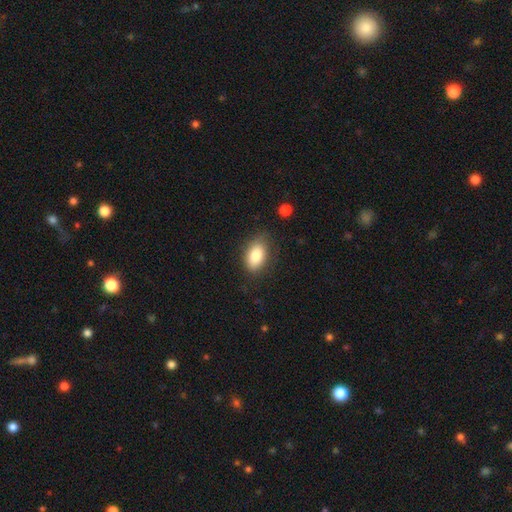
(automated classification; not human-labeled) smooth_or_featured: smooth (p=0.83) [alt: featured or disk p=0.10]
how_rounded: in between (p=0.91) [alt: round p=0.07]
merging: none (p=0.76) [alt: minor disturbance p=0.18]